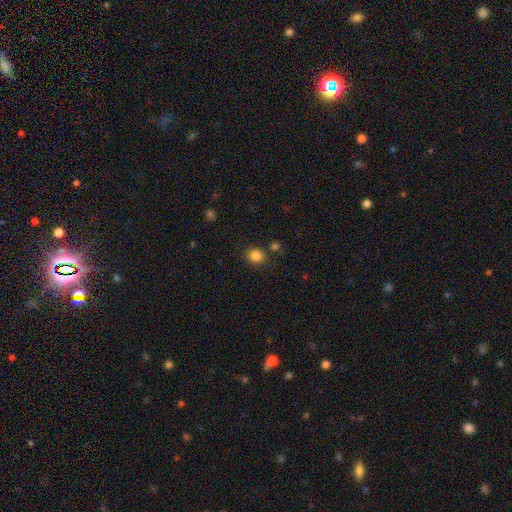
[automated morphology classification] Smooth or featured? smooth (85%)
How rounded? round (82%)
Merging? none (82%)